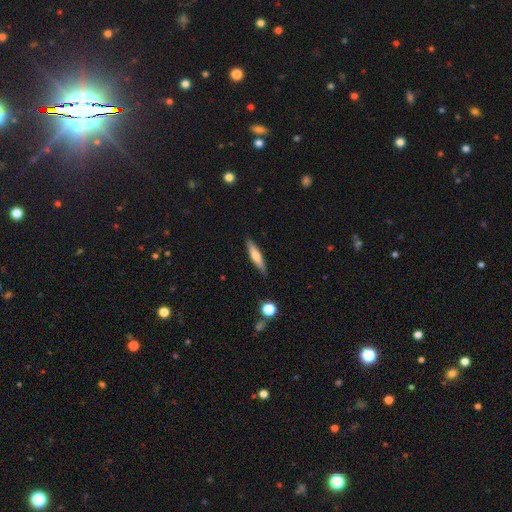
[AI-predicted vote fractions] Q: Smooth or featured?
A: smooth (59%); runner-up: featured or disk (34%)
Q: How rounded?
A: cigar-shaped (84%); runner-up: in between (14%)
Q: Merging?
A: none (87%); runner-up: minor disturbance (10%)